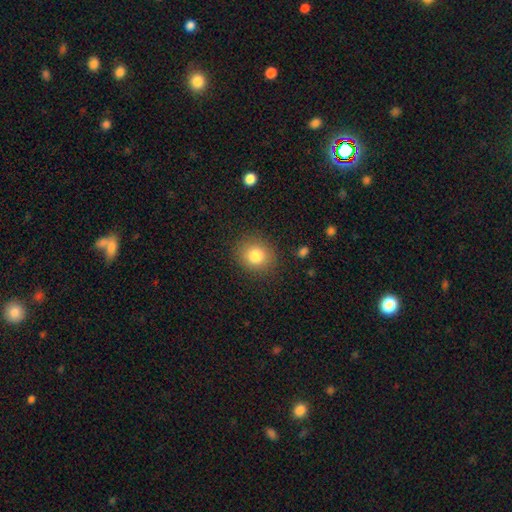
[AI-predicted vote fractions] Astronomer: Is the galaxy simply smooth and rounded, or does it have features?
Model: smooth — 82%.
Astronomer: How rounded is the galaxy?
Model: round — 76%.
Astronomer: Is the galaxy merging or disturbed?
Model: none — 86%.